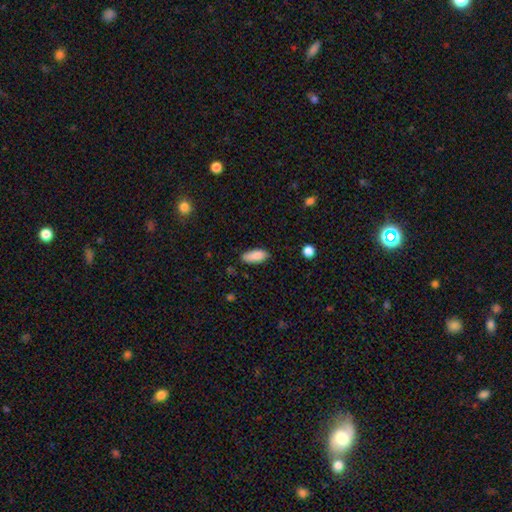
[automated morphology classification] smooth_or_featured: smooth (p=0.88) [alt: star or artifact p=0.07]
how_rounded: in between (p=0.84) [alt: cigar-shaped p=0.14]
merging: none (p=0.80) [alt: minor disturbance p=0.15]